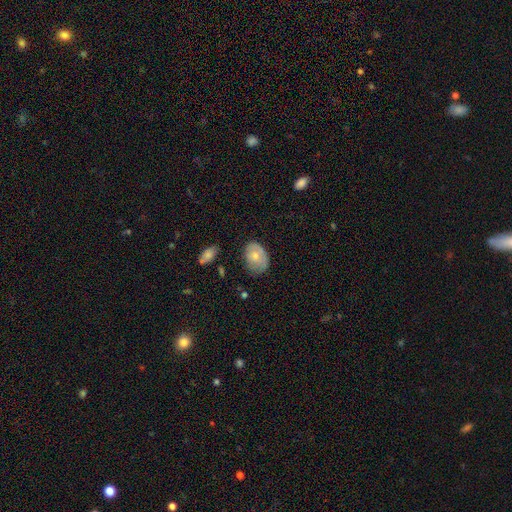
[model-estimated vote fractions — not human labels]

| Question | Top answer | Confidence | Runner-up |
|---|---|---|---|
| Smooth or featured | smooth | 64% | featured or disk (29%) |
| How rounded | in between | 75% | round (24%) |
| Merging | none | 56% | minor disturbance (32%) |